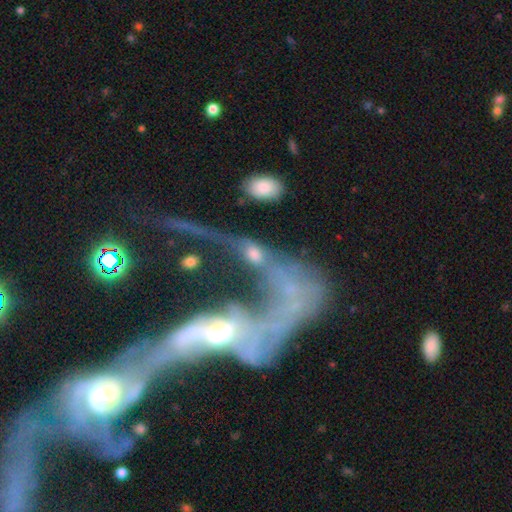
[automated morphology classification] This is possibly a featured or disk galaxy (57%). It is likely not viewed edge-on (78%). Merging: possibly merger (60%).